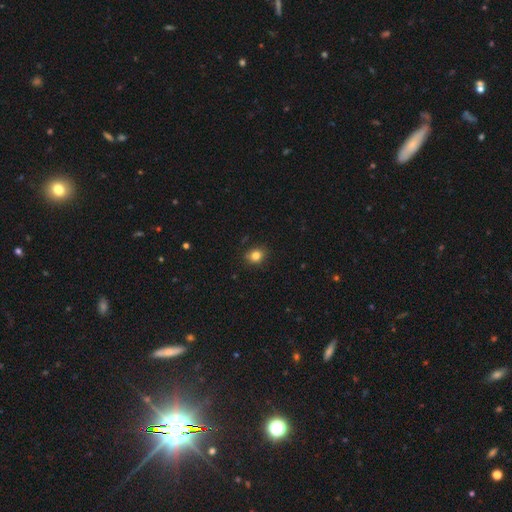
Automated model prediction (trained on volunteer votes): Morphology: type=smooth (83%); roundness=round (60%); merging=none (86%).